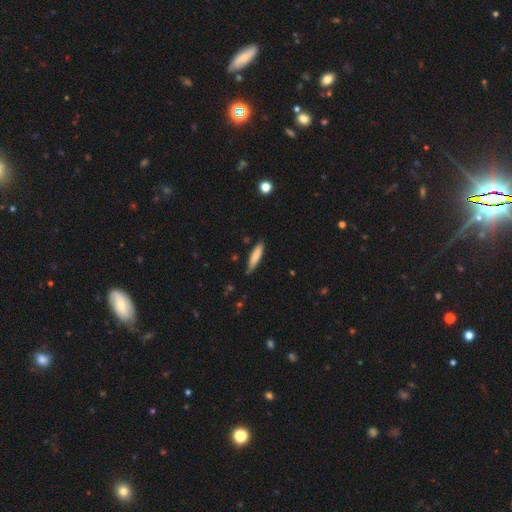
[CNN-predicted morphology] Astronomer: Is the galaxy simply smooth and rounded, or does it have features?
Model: smooth — 80%.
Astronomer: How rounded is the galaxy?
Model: cigar-shaped — 80%.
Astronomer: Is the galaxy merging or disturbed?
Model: none — 77%.